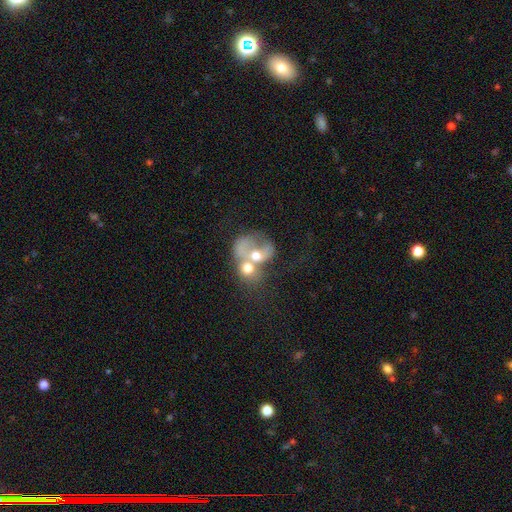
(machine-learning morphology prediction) Smooth or featured: smooth — 47% (featured or disk — 41%)
Merging: merger — 72% (major disturbance — 12%)